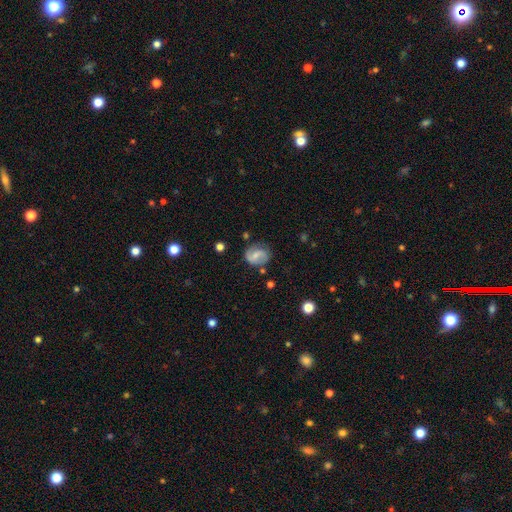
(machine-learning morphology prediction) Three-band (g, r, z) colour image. It shows a featured or disk galaxy (59%) with a weak bar (48%), spiral arms (87%) and a small central bulge (48%). Merging: none (69%).